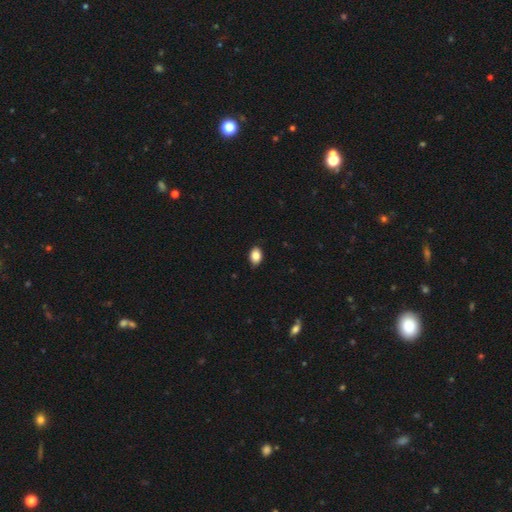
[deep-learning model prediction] A smooth galaxy with no disk features (86%) that is in between round and cigar-shaped (80%). Merging: none (86%).